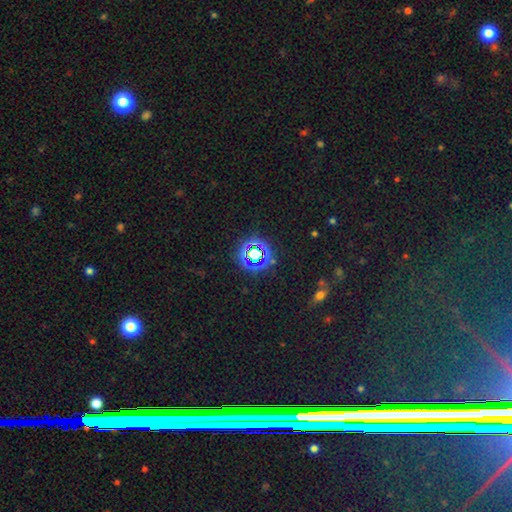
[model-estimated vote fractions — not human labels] star or artifact 69%, smooth 21%, featured or disk 11%.